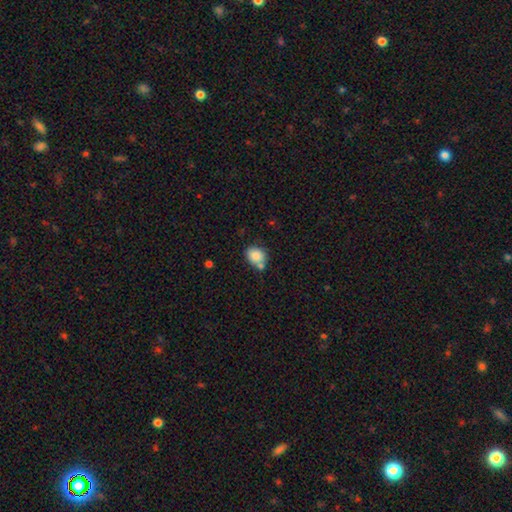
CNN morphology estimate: type=smooth (84%); roundness=round (57%); merging=none (55%).